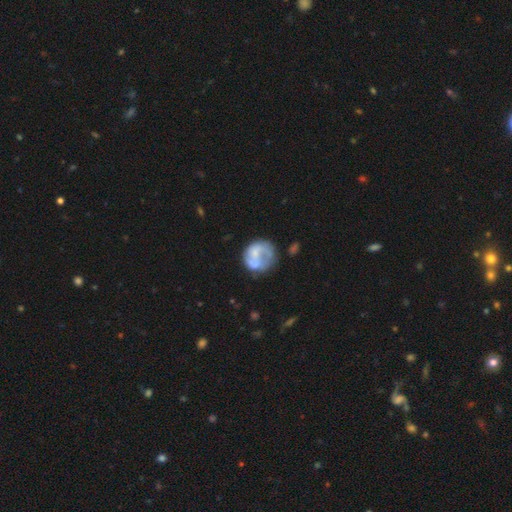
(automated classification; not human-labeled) Morphology: type=featured or disk (48%); merging=none (46%).